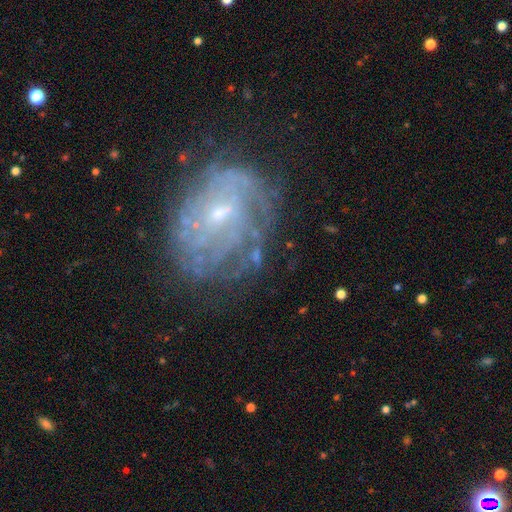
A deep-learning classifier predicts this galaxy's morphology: Q: Smooth or featured?
A: featured or disk (76%); runner-up: star or artifact (12%)
Q: Edge-on disk?
A: no (97%); runner-up: yes (3%)
Q: Bar?
A: no (49%); runner-up: weak (39%)
Q: Spiral arms?
A: yes (81%); runner-up: no (19%)
Q: Spiral winding?
A: tight (58%); runner-up: medium (29%)
Q: Spiral arm count?
A: can't tell (46%); runner-up: 4 (13%)
Q: Bulge size?
A: small (66%); runner-up: moderate (24%)
Q: Merging?
A: none (64%); runner-up: minor disturbance (18%)